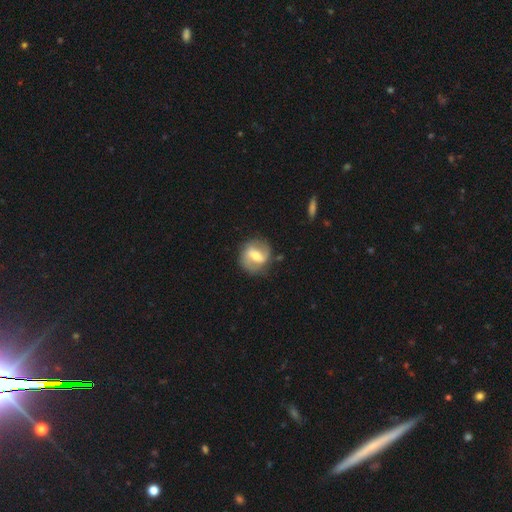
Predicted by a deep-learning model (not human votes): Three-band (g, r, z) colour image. It shows a featured or disk galaxy (67%) with a strong bar (44%), 2 (84%) medium (43%) spiral arms (79%) and a moderate central bulge (55%). Merging: none (76%).